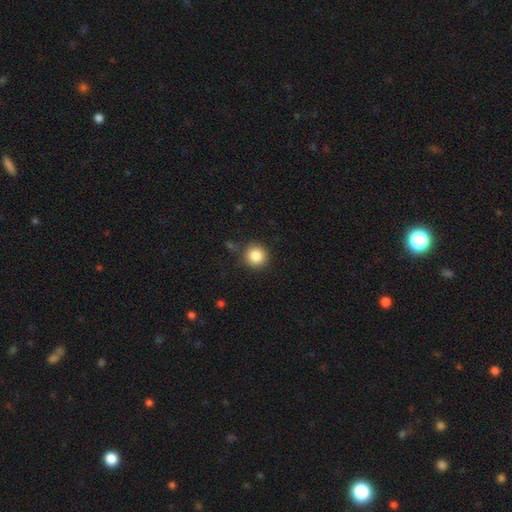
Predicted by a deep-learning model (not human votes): Morphology: type=smooth (86%); roundness=round (94%); merging=none (86%).